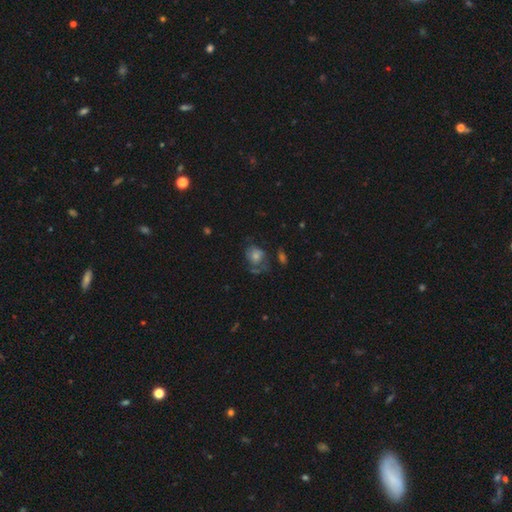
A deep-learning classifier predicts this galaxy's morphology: featured or disk 47%, smooth 35%, star or artifact 18%. Down the decision tree: merging — none (48%).